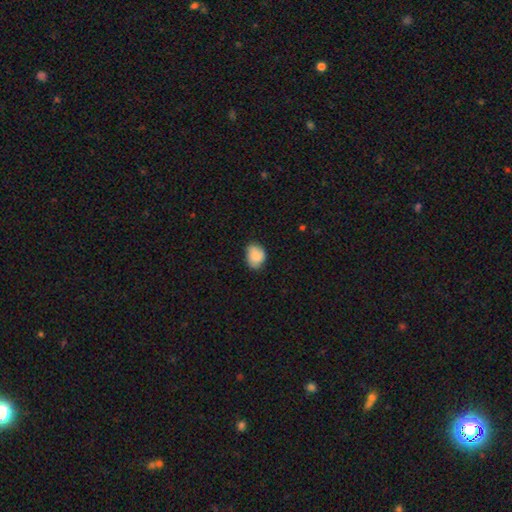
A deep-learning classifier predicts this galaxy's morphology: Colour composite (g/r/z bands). It shows a smooth galaxy with no disk features (81%) that is in between round and cigar-shaped (63%). Merging: none (69%).